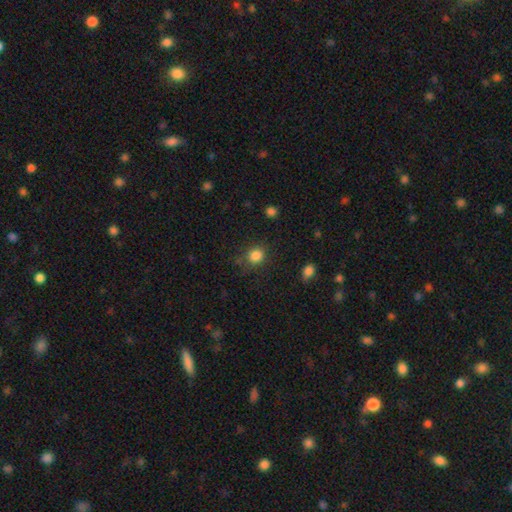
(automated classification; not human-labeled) Q: Smooth or featured?
A: smooth (84%); runner-up: star or artifact (11%)
Q: How rounded?
A: round (78%); runner-up: in between (21%)
Q: Merging?
A: none (77%); runner-up: minor disturbance (15%)